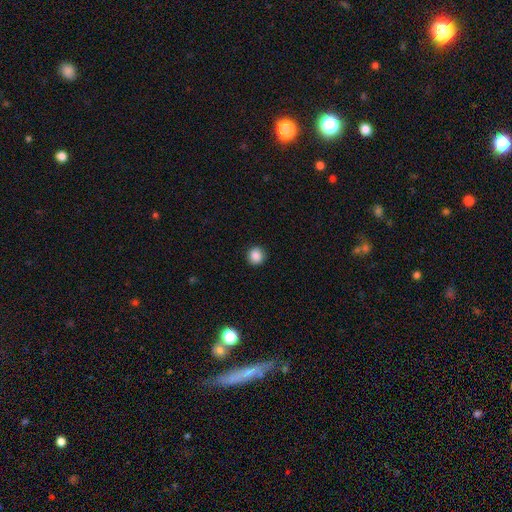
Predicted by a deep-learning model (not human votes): Smooth or featured: smooth — 87% (star or artifact — 10%)
How rounded: round — 93% (in between — 6%)
Merging: none — 91% (minor disturbance — 6%)